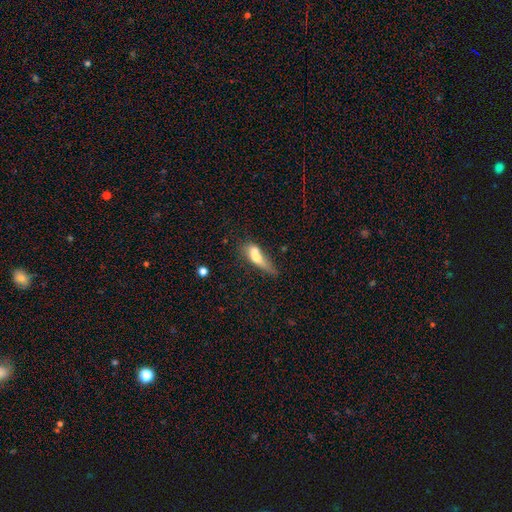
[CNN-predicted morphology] This appears to be a smooth galaxy with no disk features (59%) that is in between round and cigar-shaped (50%). Merging: merger (45%).